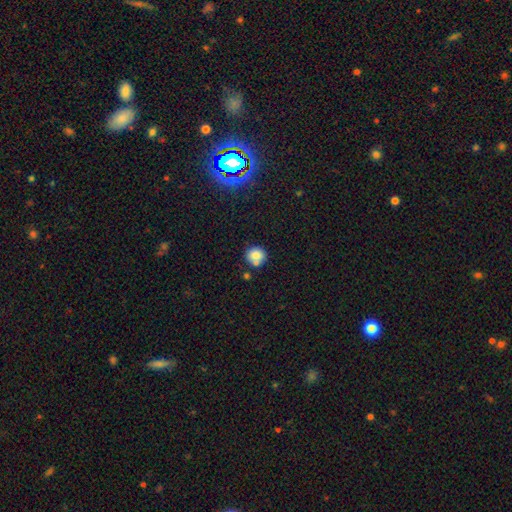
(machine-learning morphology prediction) This is likely a smooth galaxy (80%). How rounded: clearly round (86%). Merging: likely none (63%).